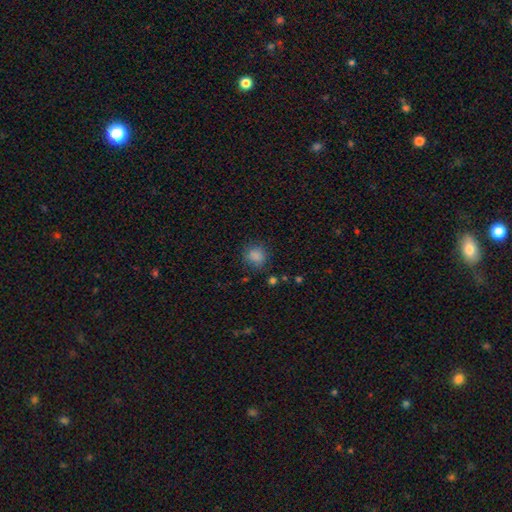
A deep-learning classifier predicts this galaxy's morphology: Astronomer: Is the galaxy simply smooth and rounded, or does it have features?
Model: smooth — 84%.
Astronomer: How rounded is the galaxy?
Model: round — 81%.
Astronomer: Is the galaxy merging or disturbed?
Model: none — 81%.